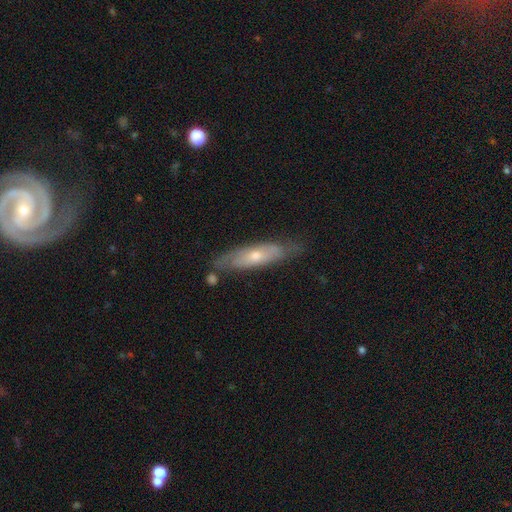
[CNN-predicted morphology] This appears to be a featured or disk galaxy (51%) viewed edge-on (50%, tied with no). Merging: none (69%).